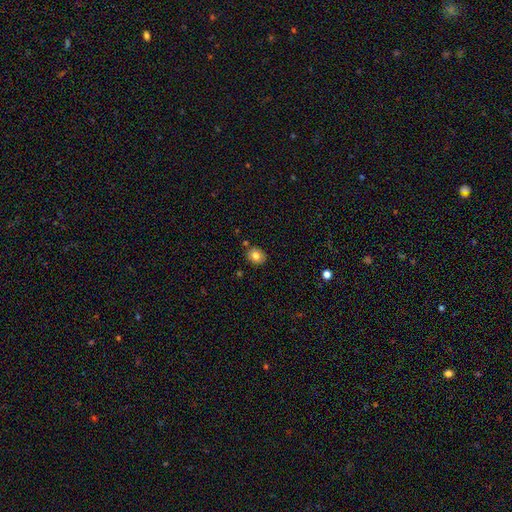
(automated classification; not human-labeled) A smooth galaxy with no disk features (79%) that is round (70%). Merging: none (84%).